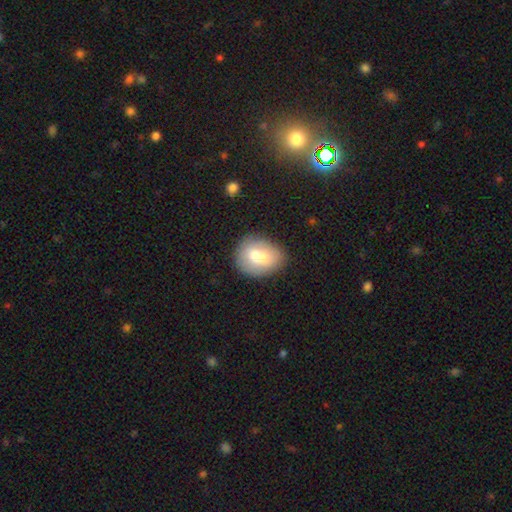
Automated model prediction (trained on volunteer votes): Smooth or featured: smooth — 66% (featured or disk — 26%)
How rounded: in between — 50% (round — 48%)
Merging: none — 51% (merger — 27%)